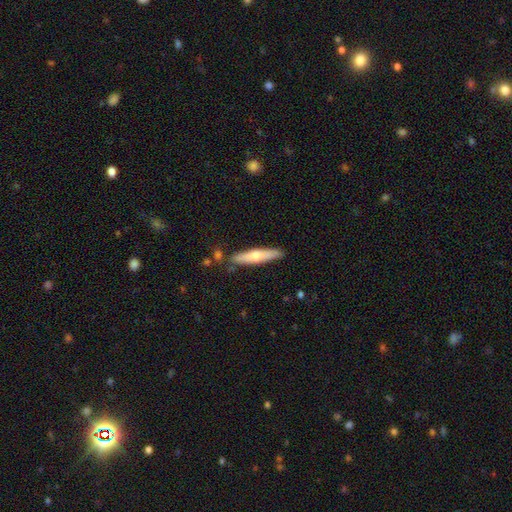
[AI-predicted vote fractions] smooth_or_featured: smooth (p=0.58) [alt: featured or disk p=0.37]
how_rounded: cigar-shaped (p=0.86) [alt: in between p=0.12]
merging: none (p=0.84) [alt: minor disturbance p=0.11]